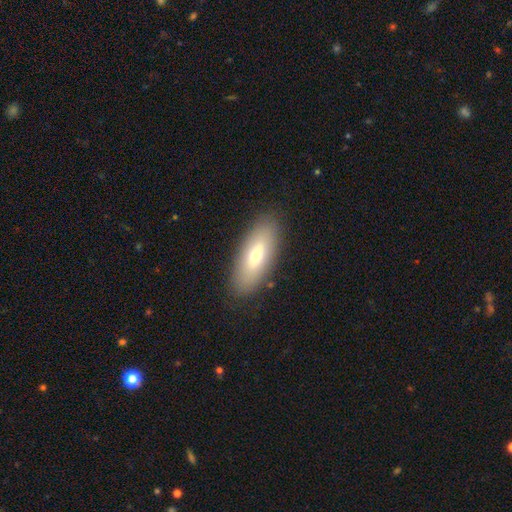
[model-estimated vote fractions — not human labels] smooth_or_featured: smooth (p=0.67) [alt: featured or disk p=0.25]
how_rounded: in between (p=0.73) [alt: cigar-shaped p=0.24]
merging: none (p=0.89) [alt: minor disturbance p=0.08]